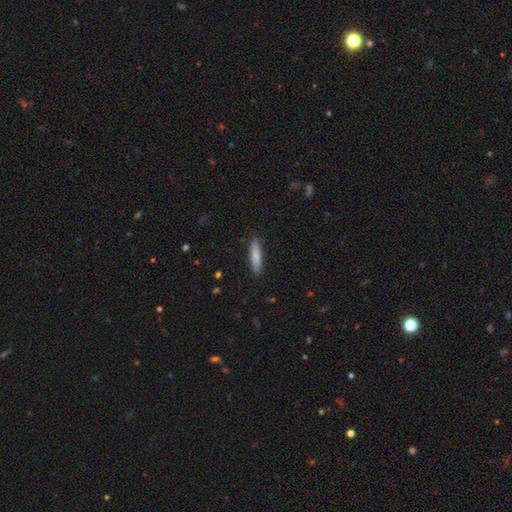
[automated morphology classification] smooth 78%, featured or disk 16%, star or artifact 6%. Down the decision tree: how rounded — cigar-shaped (81%); merging — none (88%).